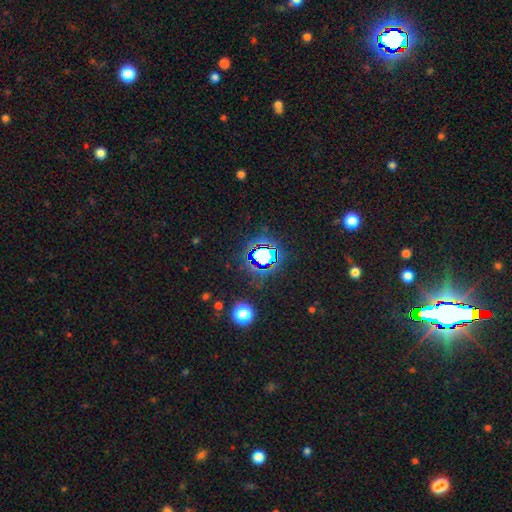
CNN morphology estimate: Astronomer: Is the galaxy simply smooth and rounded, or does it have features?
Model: star or artifact — 71%.